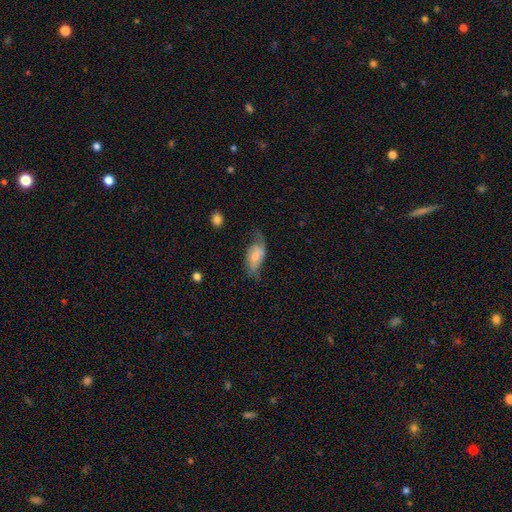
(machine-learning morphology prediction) Overall: smooth (47%; featured or disk 46%). Merging: none (43%; minor disturbance 33%).